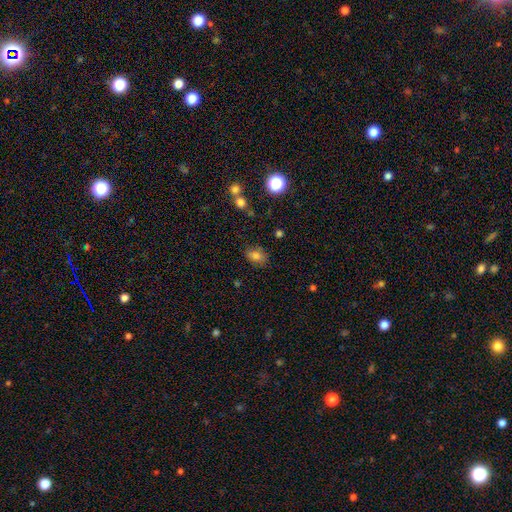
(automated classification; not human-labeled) Morphology: type=smooth (80%); roundness=in between (79%); merging=none (79%).